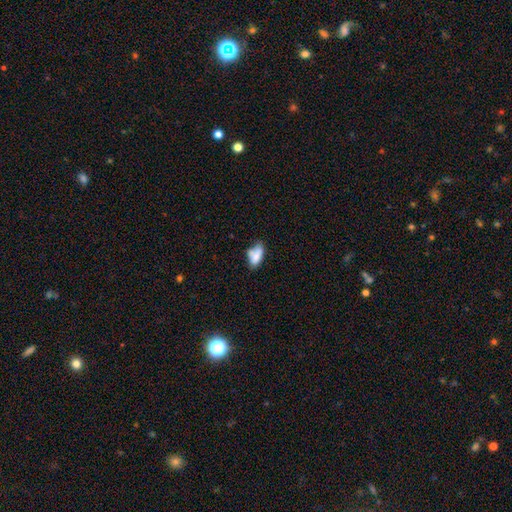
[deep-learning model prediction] smooth-or-featured: smooth: 73% | featured or disk: 18% | star or artifact: 9%
  how-rounded: in between: 87% | cigar-shaped: 9% | round: 4%
  merging: none: 40% | minor disturbance: 27% | merger: 21% | major disturbance: 11%